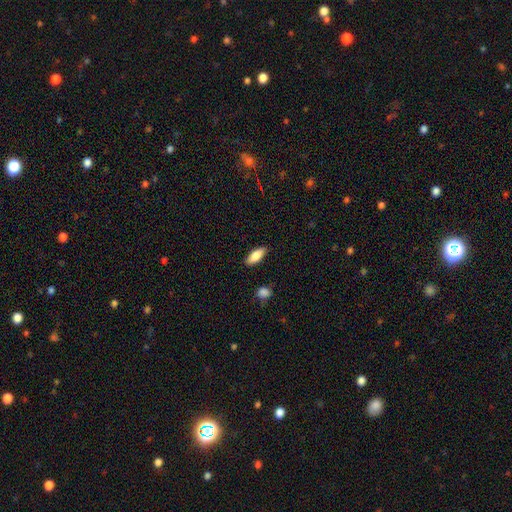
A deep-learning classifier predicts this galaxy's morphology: smooth-or-featured: smooth: 84% | featured or disk: 9% | star or artifact: 6%
  how-rounded: in between: 77% | cigar-shaped: 21% | round: 2%
  merging: none: 86% | minor disturbance: 10% | major disturbance: 2% | merger: 2%